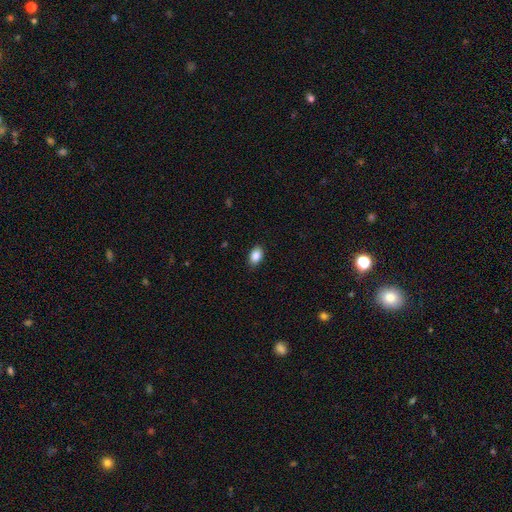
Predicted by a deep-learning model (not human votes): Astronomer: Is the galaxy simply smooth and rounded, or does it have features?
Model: smooth — 88%.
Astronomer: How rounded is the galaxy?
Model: in between — 85%.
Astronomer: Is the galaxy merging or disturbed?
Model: none — 85%.